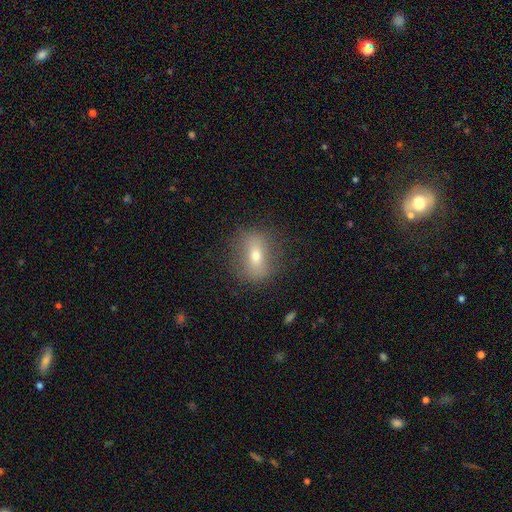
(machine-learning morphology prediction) Q: Smooth or featured?
A: smooth (57%); runner-up: featured or disk (33%)
Q: How rounded?
A: in between (58%); runner-up: round (36%)
Q: Merging?
A: none (80%); runner-up: minor disturbance (13%)